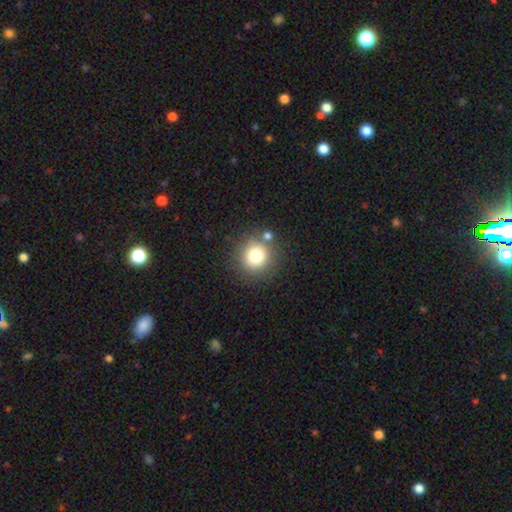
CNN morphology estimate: This appears to be a smooth galaxy with no disk features (79%) that is round (92%). Merging: none (79%).